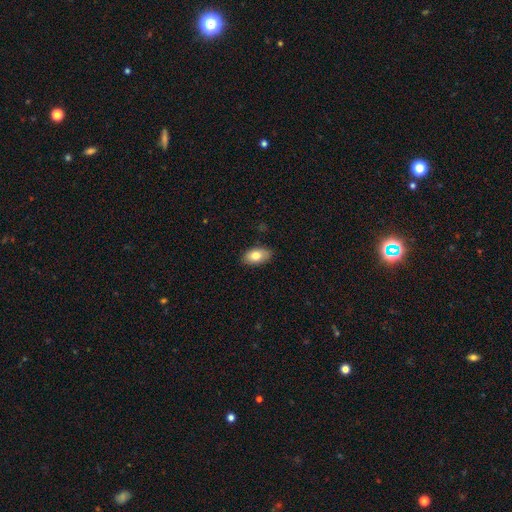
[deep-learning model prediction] Smooth or featured? Predicted: smooth (p=0.78). How rounded? Predicted: in between (p=0.92). Merging? Predicted: none (p=0.87).